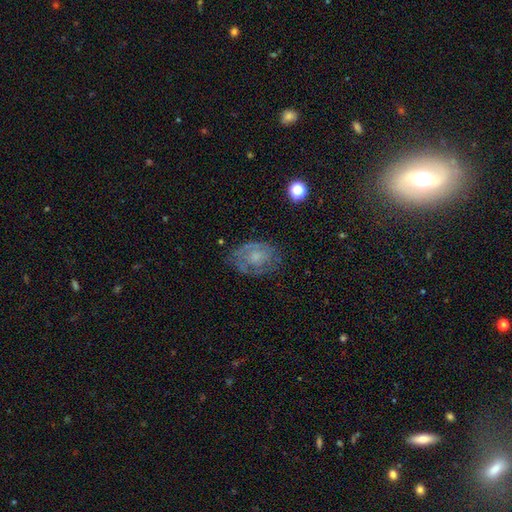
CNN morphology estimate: featured or disk 58%, smooth 32%, star or artifact 10%. Down the decision tree: edge-on disk — no (96%); bar — no (81%); spiral arms — yes (62%); bulge size — small (43%); merging — none (65%).